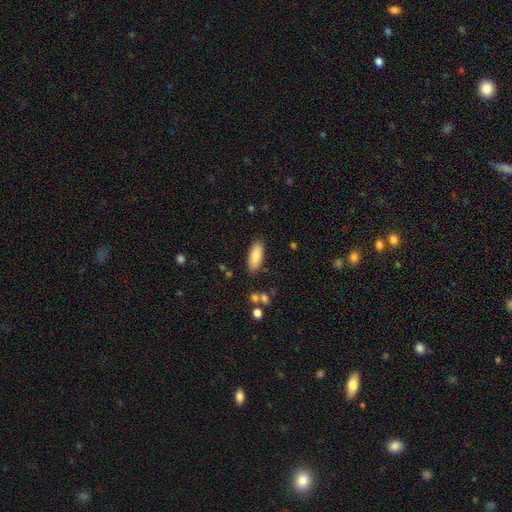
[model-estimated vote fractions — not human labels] Smooth or featured: smooth — 84% (featured or disk — 9%)
How rounded: in between — 74% (cigar-shaped — 24%)
Merging: none — 85% (minor disturbance — 10%)